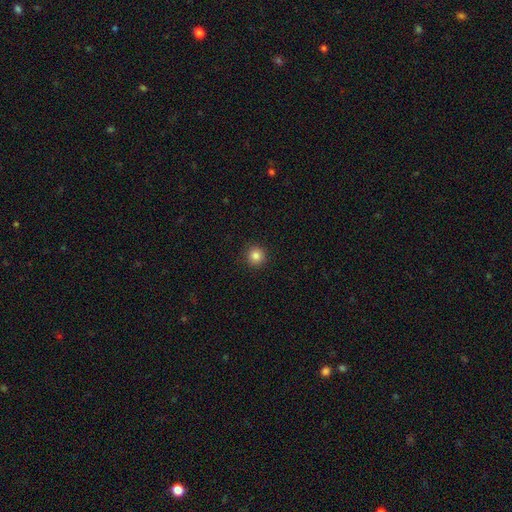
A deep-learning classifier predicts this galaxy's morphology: Smooth or featured? Predicted: smooth (p=0.84). How rounded? Predicted: round (p=0.95). Merging? Predicted: none (p=0.92).